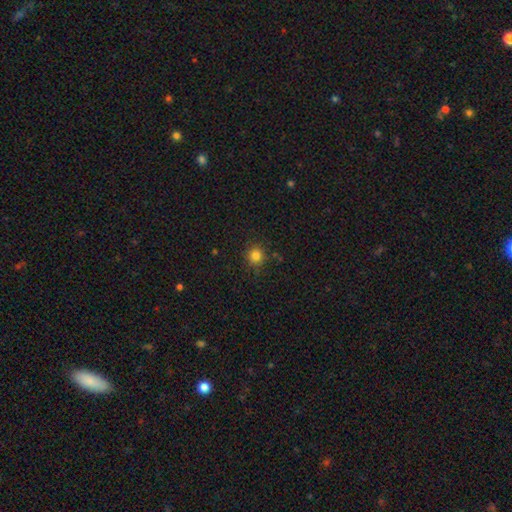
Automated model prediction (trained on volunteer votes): smooth-or-featured: smooth: 82% | star or artifact: 13% | featured or disk: 5%
  how-rounded: round: 91% | in between: 8% | cigar-shaped: 1%
  merging: none: 86% | minor disturbance: 9% | major disturbance: 3% | merger: 2%